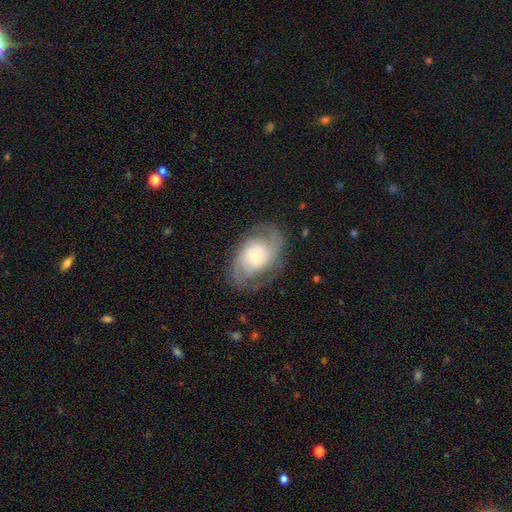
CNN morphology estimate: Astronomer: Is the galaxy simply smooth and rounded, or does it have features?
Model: featured or disk — 80%.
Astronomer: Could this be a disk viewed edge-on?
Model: no — 97%.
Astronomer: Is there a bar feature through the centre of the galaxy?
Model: no — 64%.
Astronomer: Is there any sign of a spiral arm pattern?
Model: yes — 95%.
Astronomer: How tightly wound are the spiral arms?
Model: medium — 44% (runner-up: tight, 42%).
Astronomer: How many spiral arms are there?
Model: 2 — 69%.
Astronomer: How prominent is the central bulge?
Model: small — 43% (runner-up: moderate, 39%).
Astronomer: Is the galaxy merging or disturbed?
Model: none — 74%.